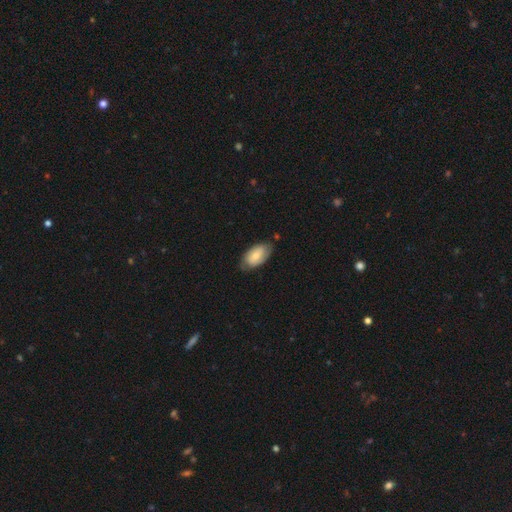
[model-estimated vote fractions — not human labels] A smooth galaxy with no disk features (72%) that is in between round and cigar-shaped (94%). Merging: none (72%).